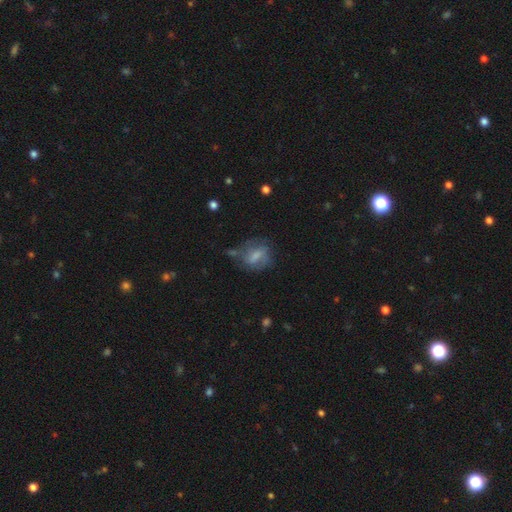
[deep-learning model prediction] smooth-or-featured: smooth: 49% | featured or disk: 42% | star or artifact: 10%
  merging: none: 47% | minor disturbance: 26% | major disturbance: 19% | merger: 7%